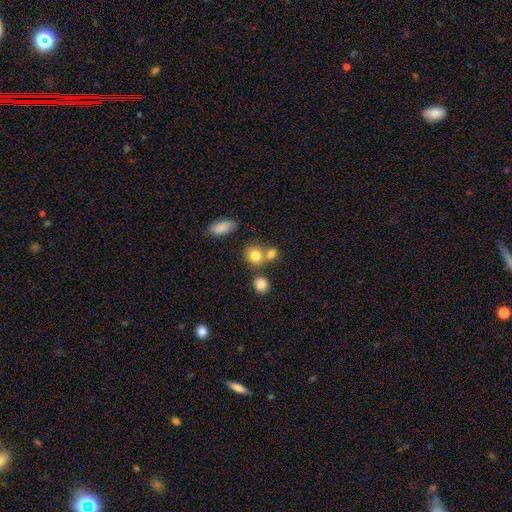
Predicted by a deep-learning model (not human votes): Overall: smooth (80%). How rounded: round (77%). Merging: none (52%; merger 34%).